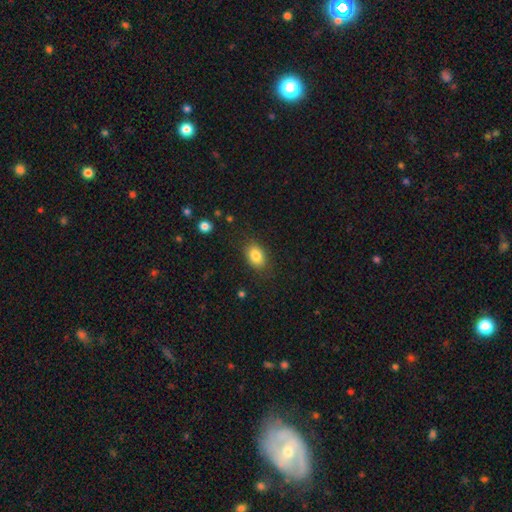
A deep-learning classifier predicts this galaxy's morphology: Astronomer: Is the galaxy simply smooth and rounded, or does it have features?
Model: smooth — 84%.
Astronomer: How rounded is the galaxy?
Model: in between — 78%.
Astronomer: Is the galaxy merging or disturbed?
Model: none — 83%.